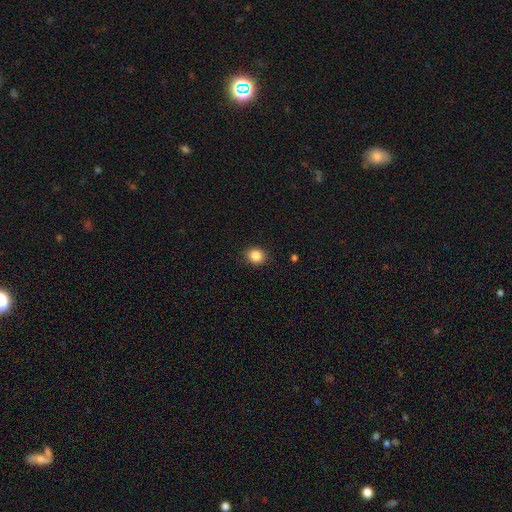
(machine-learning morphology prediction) Q: Smooth or featured?
A: smooth (86%); runner-up: star or artifact (10%)
Q: How rounded?
A: round (74%); runner-up: in between (25%)
Q: Merging?
A: none (89%); runner-up: minor disturbance (8%)